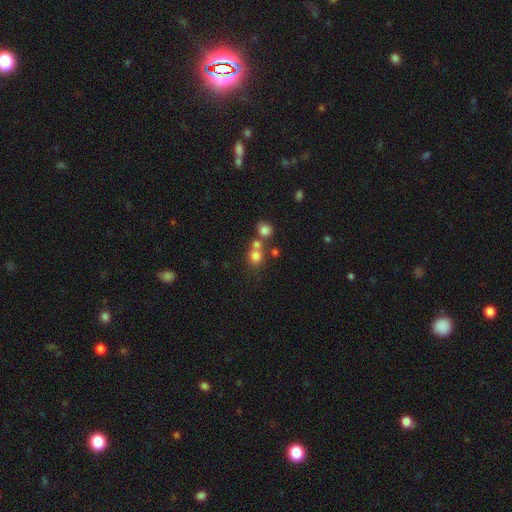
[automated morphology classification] Smooth or featured?
  - smooth: 76% *
  - star or artifact: 14%
  - featured or disk: 10%
How rounded?
  - round: 81% *
  - in between: 18%
  - cigar-shaped: 1%
Merging?
  - none: 49% *
  - merger: 38%
  - minor disturbance: 8%
  - major disturbance: 4%